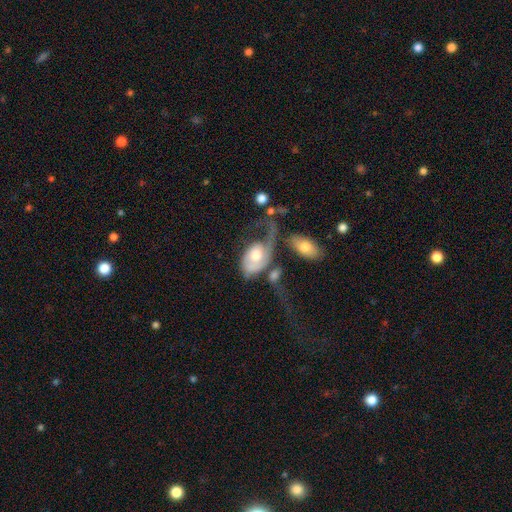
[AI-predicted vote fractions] Smooth or featured? featured or disk (61%)
Edge-on disk? no (95%)
Bar? no (75%)
Spiral arms? yes (74%)
Bulge size? moderate (60%)
Merging? major disturbance (49%)